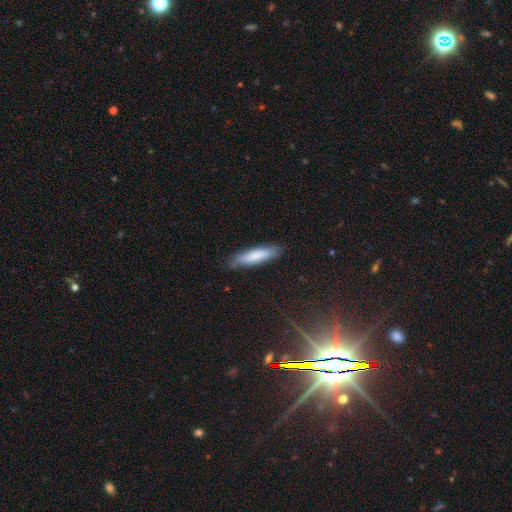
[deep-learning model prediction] Morphology: type=smooth (78%); roundness=cigar-shaped (75%); merging=none (83%).